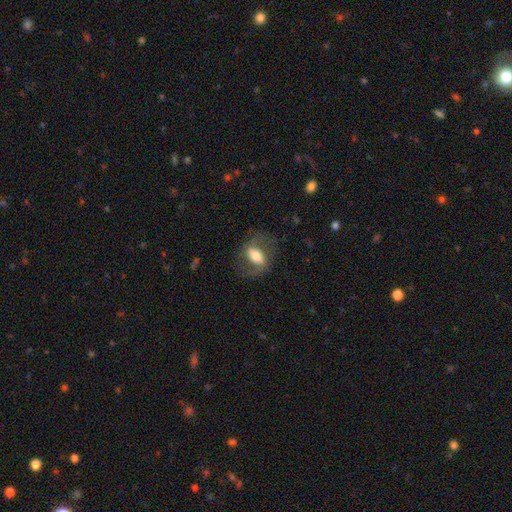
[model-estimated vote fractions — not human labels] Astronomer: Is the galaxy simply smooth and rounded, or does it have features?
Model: featured or disk — 53% (runner-up: smooth, 40%).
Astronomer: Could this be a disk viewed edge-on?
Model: no — 90%.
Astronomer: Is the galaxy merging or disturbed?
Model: none — 68%.